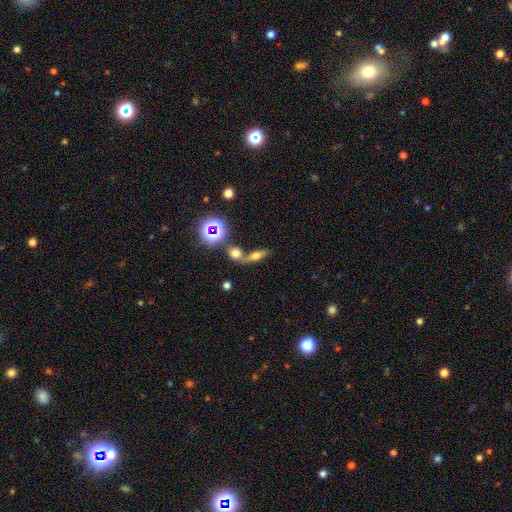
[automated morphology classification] Smooth or featured? Predicted: smooth (p=0.50). How rounded? Predicted: in between (p=0.50). Merging? Predicted: none (p=0.43).